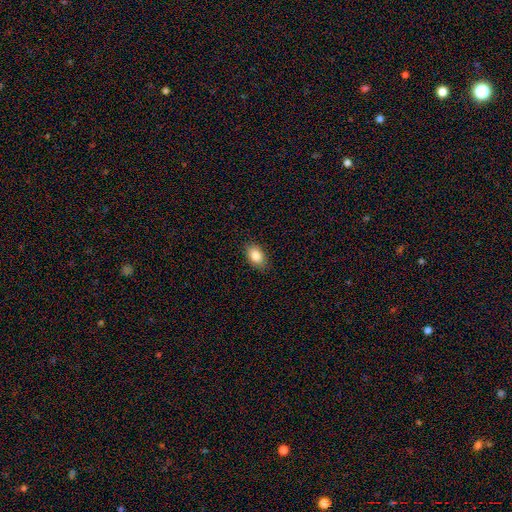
Q: Smooth or featured?
A: smooth (89%); runner-up: star or artifact (8%)
Q: How rounded?
A: in between (85%); runner-up: cigar-shaped (9%)
Q: Merging?
A: none (77%); runner-up: minor disturbance (17%)